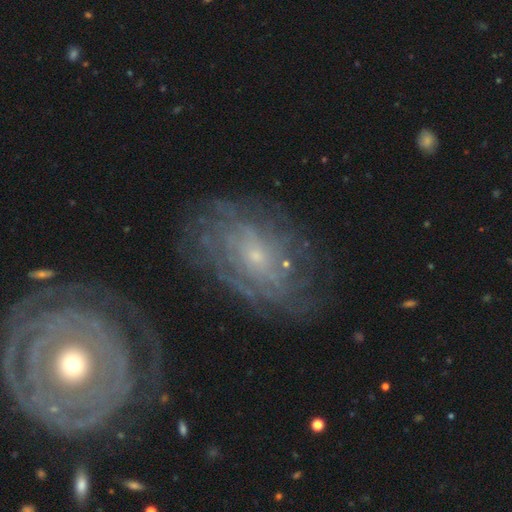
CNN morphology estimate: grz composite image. It shows a featured or disk galaxy (77%) with no bar (71%), tight (66%) spiral arms (85%) and a small central bulge (79%). Merging: none (65%).